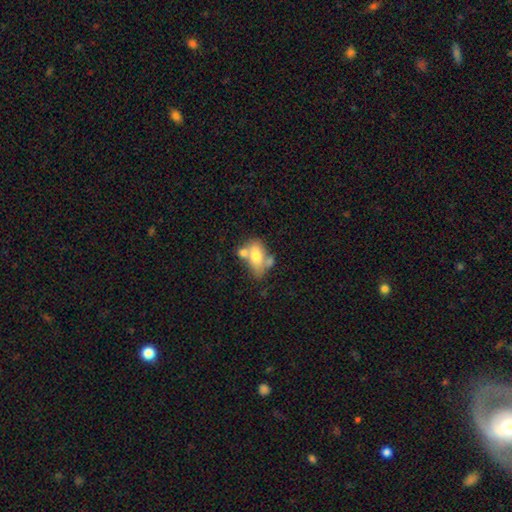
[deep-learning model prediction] Smooth or featured?
  - smooth: 64% *
  - featured or disk: 28%
  - star or artifact: 8%
How rounded?
  - in between: 84% *
  - round: 12%
  - cigar-shaped: 4%
Merging?
  - merger: 43% *
  - none: 33%
  - minor disturbance: 16%
  - major disturbance: 8%